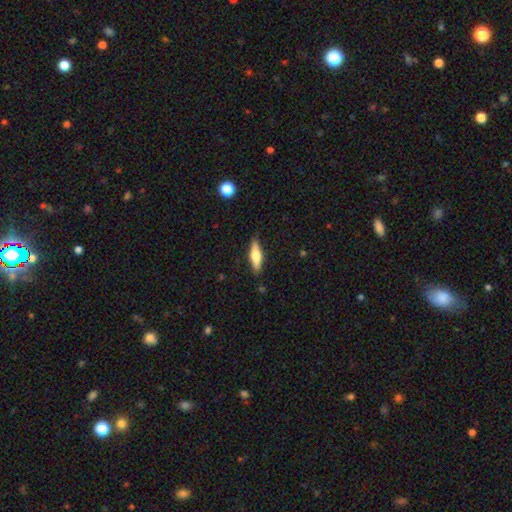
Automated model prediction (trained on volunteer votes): The model was most divided on "smooth or featured": smooth: 51%, featured or disk: 43%, star or artifact: 6%. More confident: merging — none (87%); how rounded — cigar-shaped (59%).